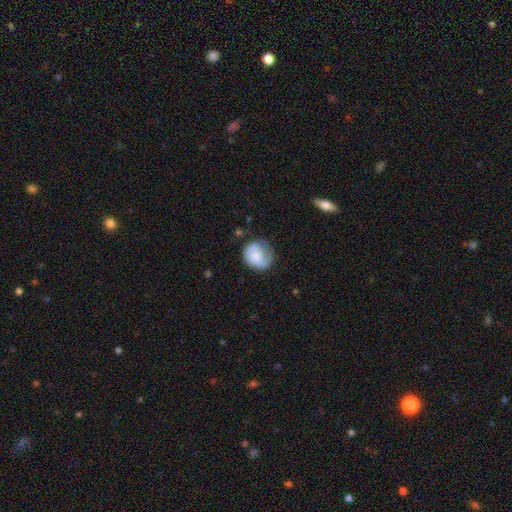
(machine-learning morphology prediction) A smooth galaxy with no disk features (63%) that is round (74%).

Vote fractions:
- Smooth or featured? smooth: 63% / featured or disk: 30% / star or artifact: 7%
- How rounded? round: 74% / in between: 25% / cigar-shaped: 1%
- Merging? none: 55% / minor disturbance: 29% / major disturbance: 14% / merger: 2%